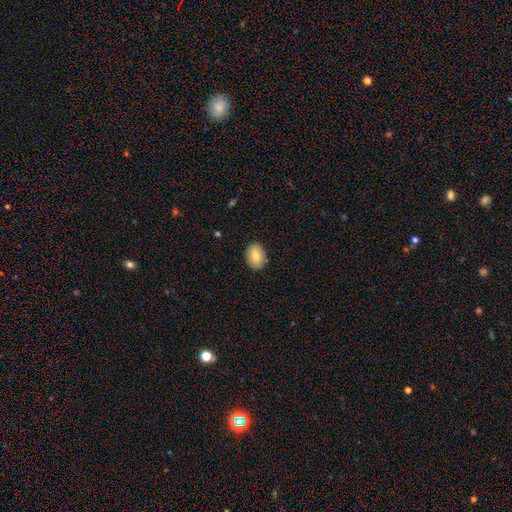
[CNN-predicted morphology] Smooth or featured? smooth (79%)
How rounded? in between (82%)
Merging? none (87%)